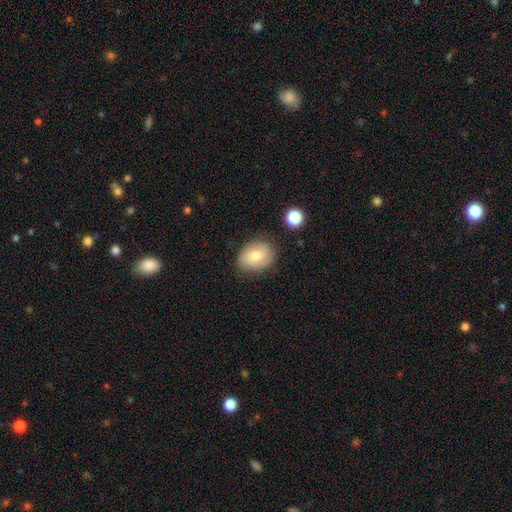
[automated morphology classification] smooth-or-featured: smooth: 67% | featured or disk: 24% | star or artifact: 9%
  how-rounded: in between: 57% | round: 42% | cigar-shaped: 1%
  merging: none: 76% | minor disturbance: 18% | major disturbance: 4% | merger: 2%